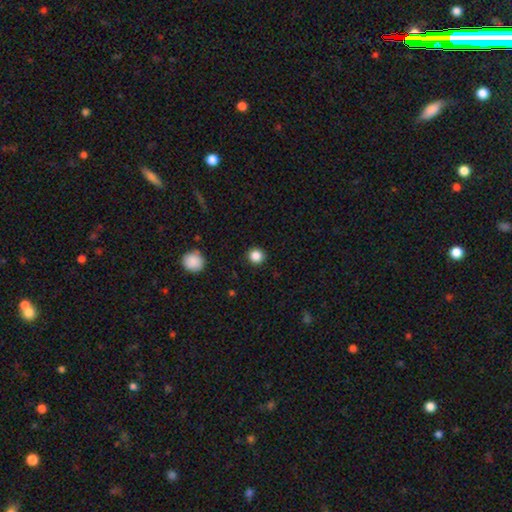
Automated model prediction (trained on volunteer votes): Morphology: type=smooth (85%); roundness=round (94%); merging=none (92%).